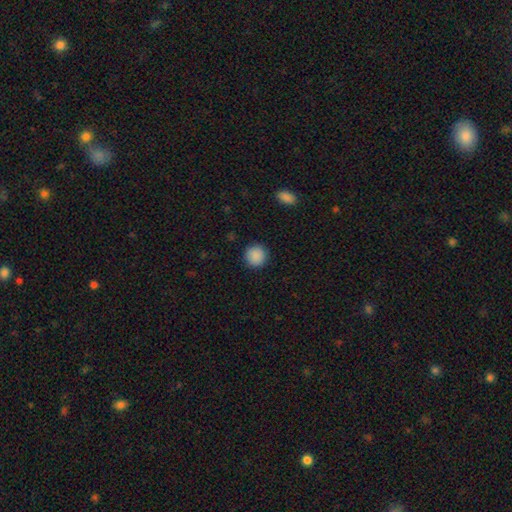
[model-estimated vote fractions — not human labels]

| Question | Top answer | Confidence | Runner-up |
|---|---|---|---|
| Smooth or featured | smooth | 89% | star or artifact (8%) |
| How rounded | round | 95% | in between (5%) |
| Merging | none | 92% | minor disturbance (5%) |